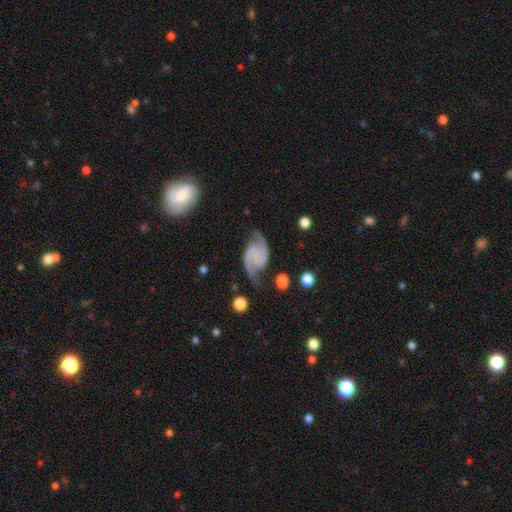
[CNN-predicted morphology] Overall: featured or disk (87%). Edge-on disk: no (98%). Bar: no (63%; weak 28%). Spiral arms: yes (97%). Spiral arm count: 2 (94%). Spiral winding: loose (44%; medium 43%). Bulge size: none (62%; small 26%). Merging: none (70%).